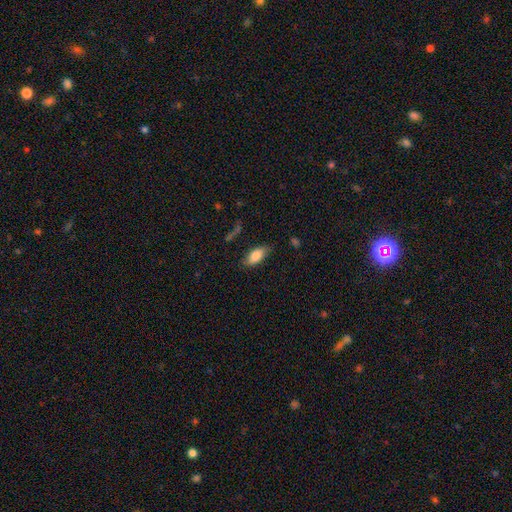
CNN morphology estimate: smooth-or-featured: smooth: 79% | featured or disk: 14% | star or artifact: 7%
  how-rounded: in between: 86% | cigar-shaped: 11% | round: 3%
  merging: none: 75% | minor disturbance: 19% | major disturbance: 5% | merger: 2%